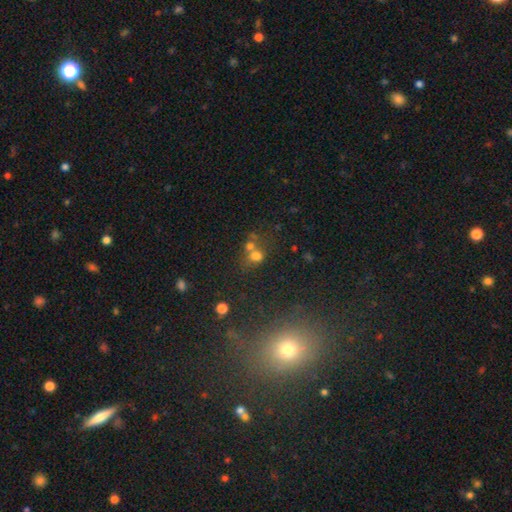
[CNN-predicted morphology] Overall: smooth (68%). How rounded: round (73%). Merging: merger (45%; none 40%).